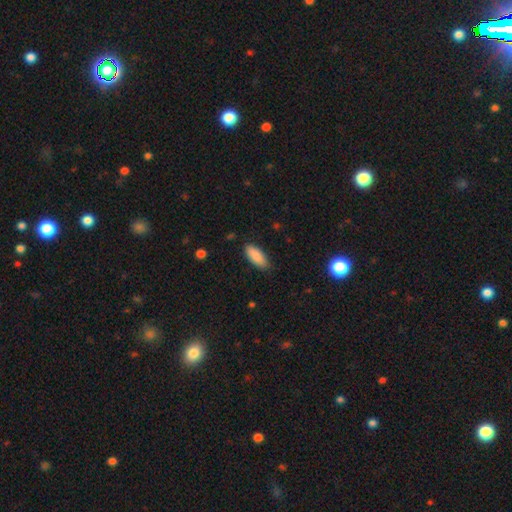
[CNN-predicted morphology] Smooth or featured? smooth (89%)
How rounded? in between (82%)
Merging? none (85%)